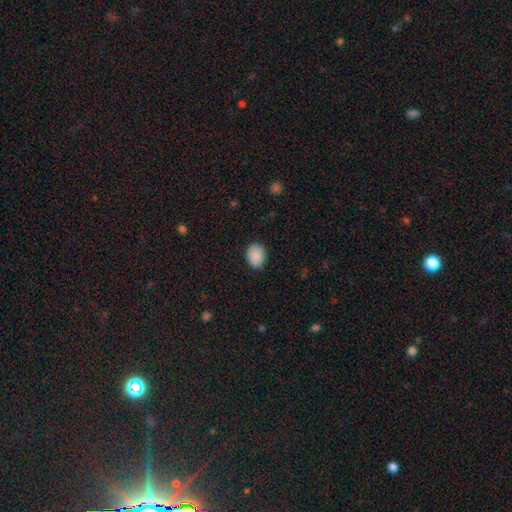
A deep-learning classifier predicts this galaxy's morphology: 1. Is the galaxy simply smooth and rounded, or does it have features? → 89% smooth, 7% star or artifact, 3% featured or disk.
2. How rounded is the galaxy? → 50% round, 49% in between, 1% cigar-shaped.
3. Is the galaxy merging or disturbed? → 85% none, 12% minor disturbance, 2% major disturbance, 1% merger.